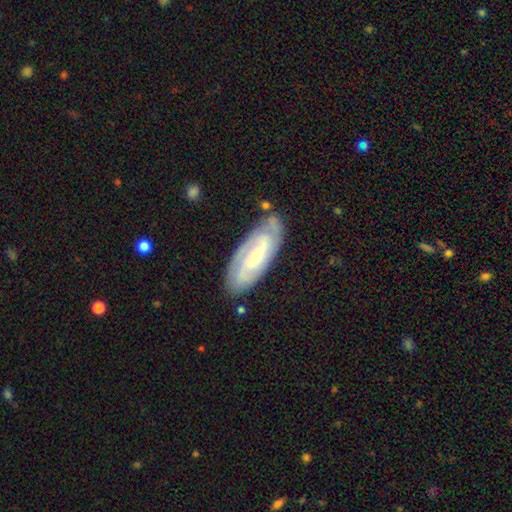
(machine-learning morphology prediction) smooth-or-featured: featured or disk: 75% | smooth: 19% | star or artifact: 6%
  disk-edge-on: no: 91% | yes: 9%
    bar: weak: 41% | no: 37% | strong: 22%
    has-spiral-arms: yes: 93% | no: 7%
      spiral-winding: tight: 54% | medium: 35% | loose: 10%
      spiral-arm-count: 2: 57% | can't tell: 23% | 3: 11% | 1: 4% | 4: 3% | more than 4: 2%
    bulge-size: small: 67% | moderate: 26% | none: 4% | large: 2% | dominant: 1%
  merging: none: 76% | minor disturbance: 17% | major disturbance: 4% | merger: 3%